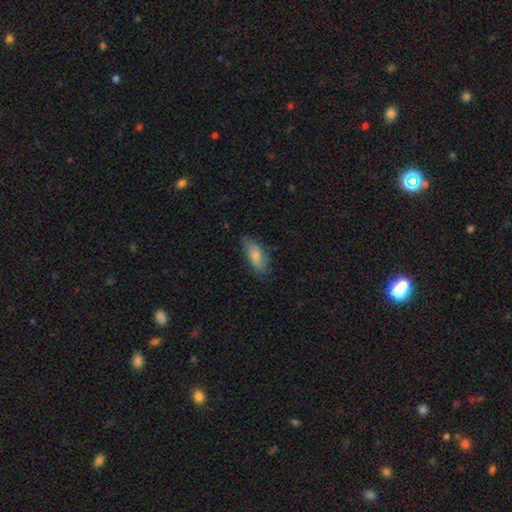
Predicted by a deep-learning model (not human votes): This appears to be a smooth galaxy with no disk features (81%) that is in between round and cigar-shaped (82%). Merging: none (71%).